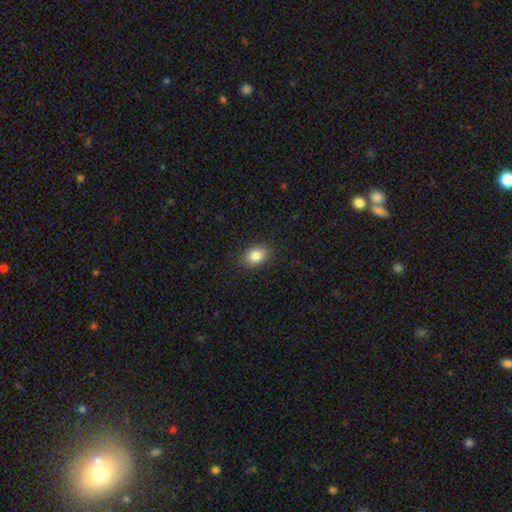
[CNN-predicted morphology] A smooth galaxy with no disk features (84%) that is in between round and cigar-shaped (74%). Merging: none (87%).